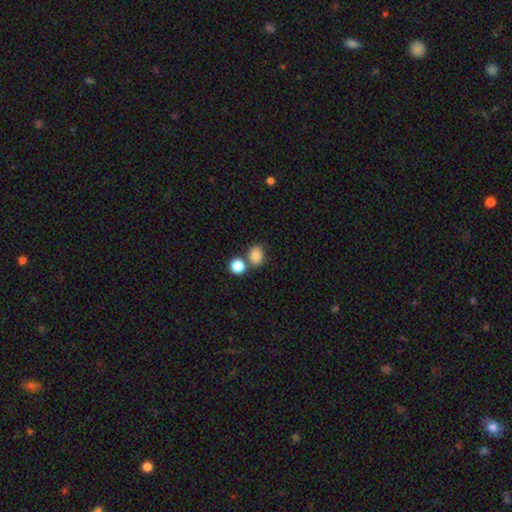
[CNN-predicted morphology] smooth_or_featured: smooth (p=0.83) [alt: star or artifact p=0.11]
how_rounded: round (p=0.57) [alt: in between p=0.42]
merging: none (p=0.62) [alt: merger p=0.23]